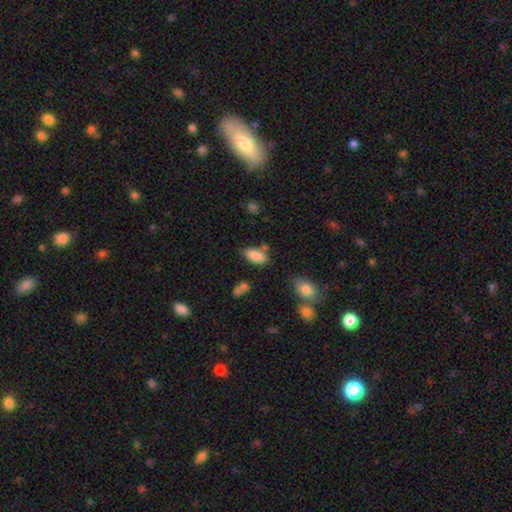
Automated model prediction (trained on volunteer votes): smooth-or-featured: smooth: 86% | star or artifact: 8% | featured or disk: 6%
  how-rounded: in between: 91% | cigar-shaped: 6% | round: 3%
  merging: none: 64% | minor disturbance: 20% | merger: 11% | major disturbance: 5%